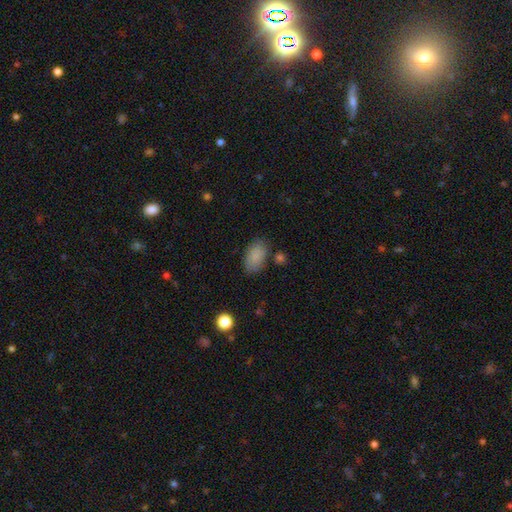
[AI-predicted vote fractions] Smooth or featured?
  - smooth: 87% *
  - star or artifact: 8%
  - featured or disk: 6%
How rounded?
  - in between: 93% *
  - round: 6%
  - cigar-shaped: 2%
Merging?
  - none: 77% *
  - minor disturbance: 15%
  - major disturbance: 4%
  - merger: 4%